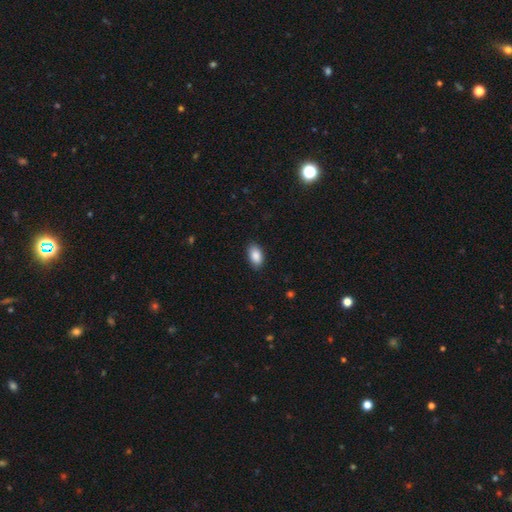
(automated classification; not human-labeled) Smooth or featured: smooth — 88% (star or artifact — 7%)
How rounded: in between — 93% (round — 5%)
Merging: none — 88% (minor disturbance — 9%)